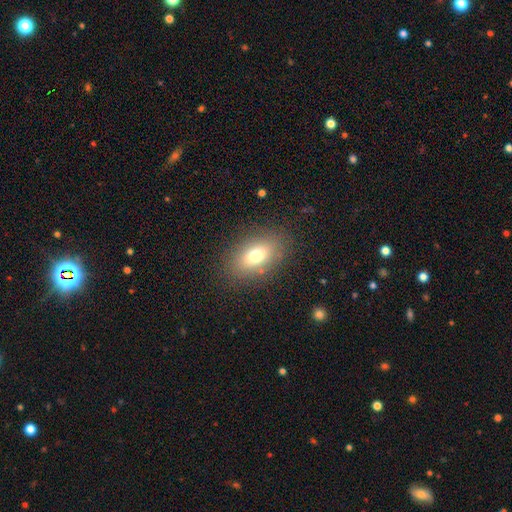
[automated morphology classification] Smooth or featured?
  - smooth: 73% *
  - featured or disk: 16%
  - star or artifact: 11%
How rounded?
  - in between: 84% *
  - round: 13%
  - cigar-shaped: 3%
Merging?
  - none: 84% *
  - minor disturbance: 10%
  - major disturbance: 4%
  - merger: 1%